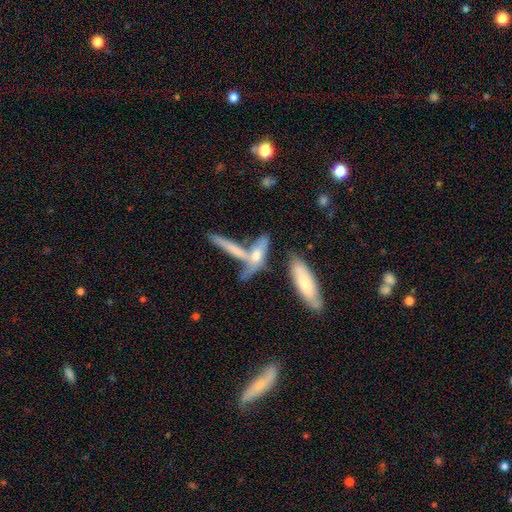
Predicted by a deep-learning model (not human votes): A smooth galaxy with no disk features (48%).

Vote fractions:
- Smooth or featured? smooth: 48% / featured or disk: 43% / star or artifact: 9%
- Merging? none: 43% / merger: 40% / minor disturbance: 12% / major disturbance: 6%